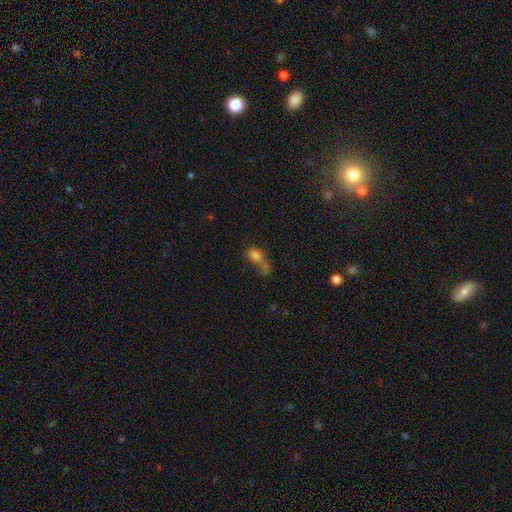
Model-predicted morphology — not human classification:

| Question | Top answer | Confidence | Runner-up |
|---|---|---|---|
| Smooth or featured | smooth | 74% | star or artifact (13%) |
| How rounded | in between | 69% | round (28%) |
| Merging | merger | 43% | none (25%) |